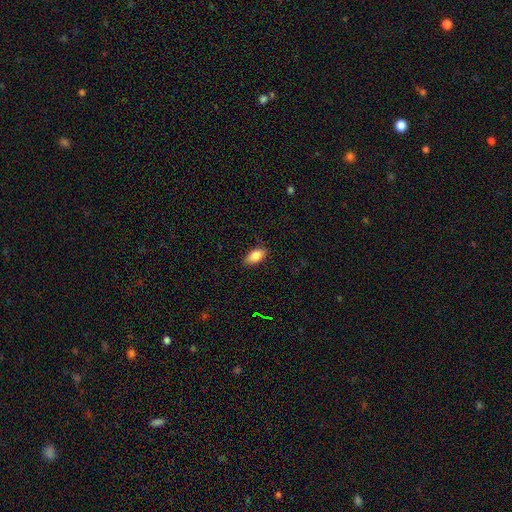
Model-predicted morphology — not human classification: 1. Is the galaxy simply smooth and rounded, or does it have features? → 83% smooth, 10% featured or disk, 8% star or artifact.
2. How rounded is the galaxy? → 90% in between, 6% cigar-shaped, 5% round.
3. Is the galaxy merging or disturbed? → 85% none, 12% minor disturbance, 2% major disturbance, 1% merger.